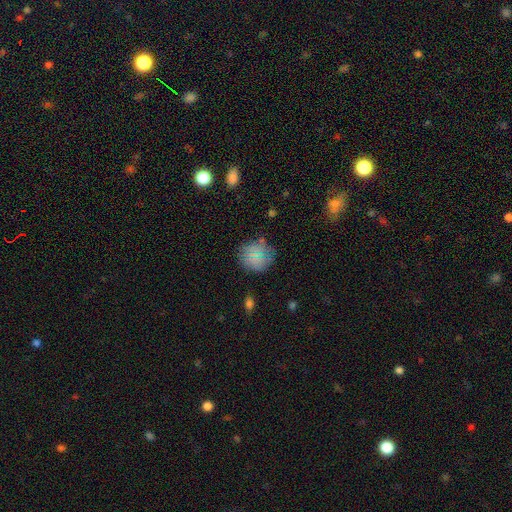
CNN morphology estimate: Smooth or featured?
  - smooth: 71% *
  - star or artifact: 20%
  - featured or disk: 9%
How rounded?
  - round: 82% *
  - in between: 16%
  - cigar-shaped: 2%
Merging?
  - none: 81% *
  - minor disturbance: 13%
  - major disturbance: 4%
  - merger: 2%